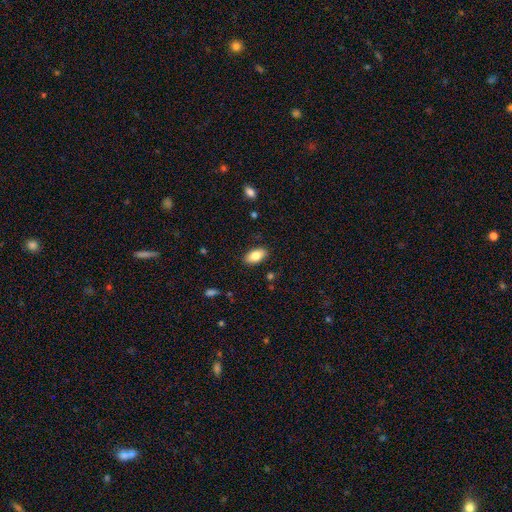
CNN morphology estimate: smooth-or-featured: smooth: 82% | featured or disk: 11% | star or artifact: 7%
  how-rounded: in between: 93% | round: 4% | cigar-shaped: 4%
  merging: none: 87% | minor disturbance: 9% | major disturbance: 2% | merger: 1%